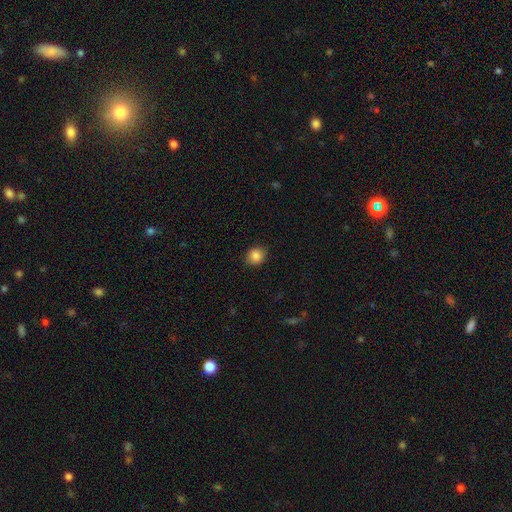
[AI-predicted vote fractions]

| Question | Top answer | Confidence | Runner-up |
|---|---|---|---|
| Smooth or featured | smooth | 87% | star or artifact (10%) |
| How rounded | round | 79% | in between (20%) |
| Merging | none | 86% | minor disturbance (11%) |